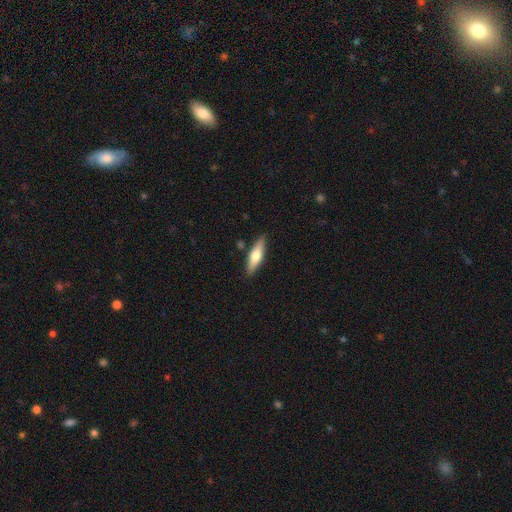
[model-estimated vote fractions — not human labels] smooth-or-featured: smooth: 55% | featured or disk: 39% | star or artifact: 5%
  how-rounded: cigar-shaped: 63% | in between: 35% | round: 2%
  merging: none: 86% | minor disturbance: 10% | merger: 3% | major disturbance: 2%